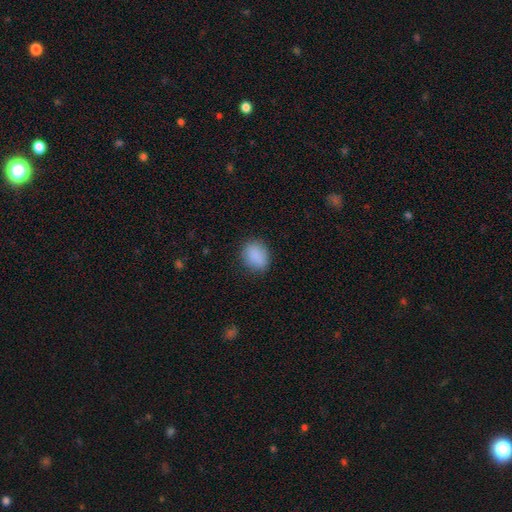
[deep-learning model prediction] Smooth or featured? smooth (87%)
How rounded? in between (49%, tied with round)
Merging? none (82%)